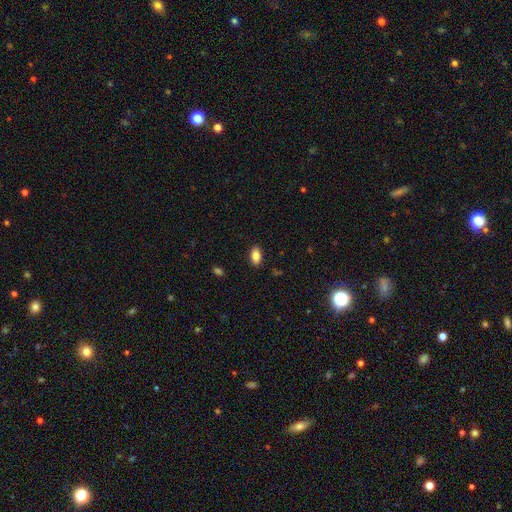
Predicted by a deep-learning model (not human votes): Morphology: type=smooth (85%); roundness=in between (91%); merging=none (88%).